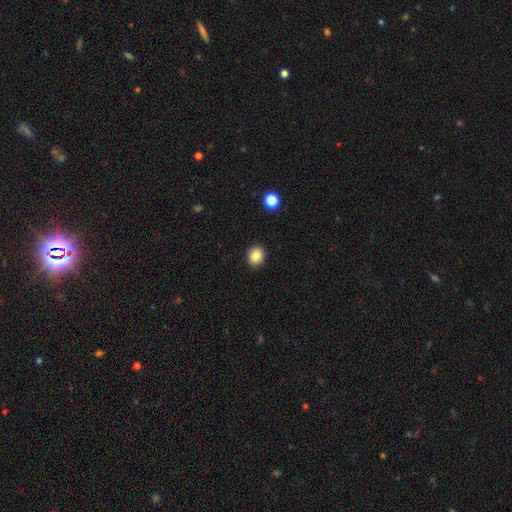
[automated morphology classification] Overall: smooth (86%). How rounded: round (63%; in between 36%). Merging: none (91%).